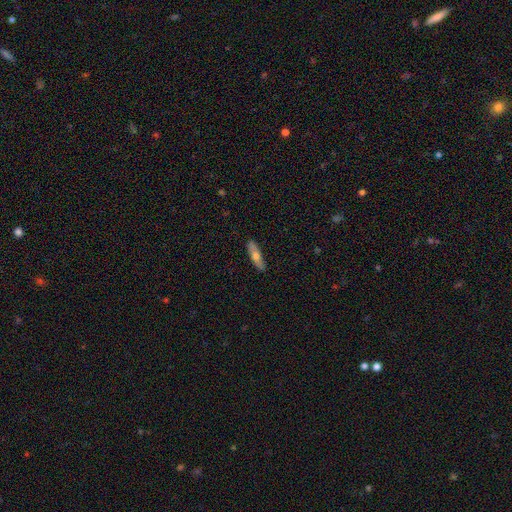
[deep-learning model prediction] Q: Smooth or featured?
A: smooth (61%); runner-up: featured or disk (33%)
Q: How rounded?
A: cigar-shaped (71%); runner-up: in between (27%)
Q: Merging?
A: none (88%); runner-up: minor disturbance (9%)